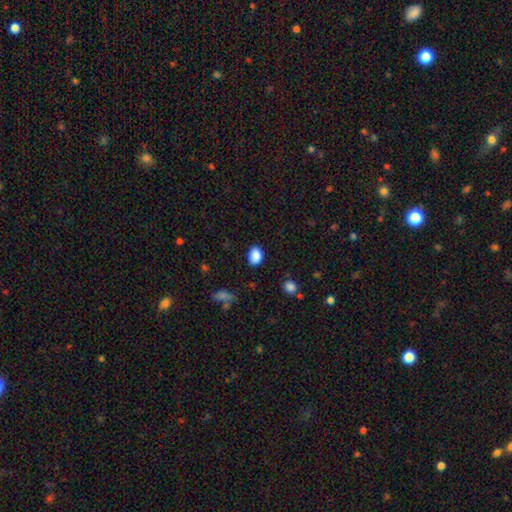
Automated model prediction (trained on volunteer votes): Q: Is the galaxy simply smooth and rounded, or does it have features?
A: smooth — 88%.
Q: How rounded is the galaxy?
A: in between — 70%.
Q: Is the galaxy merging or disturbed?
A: none — 85%.